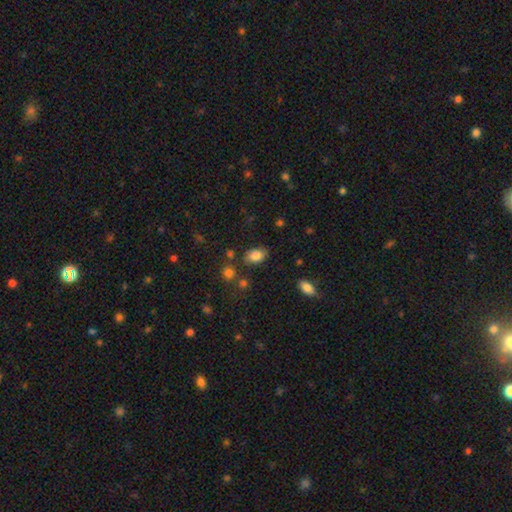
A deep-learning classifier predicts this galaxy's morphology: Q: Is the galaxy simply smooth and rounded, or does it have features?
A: smooth — 83%.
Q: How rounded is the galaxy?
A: in between — 86%.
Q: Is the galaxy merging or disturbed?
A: none — 77%.